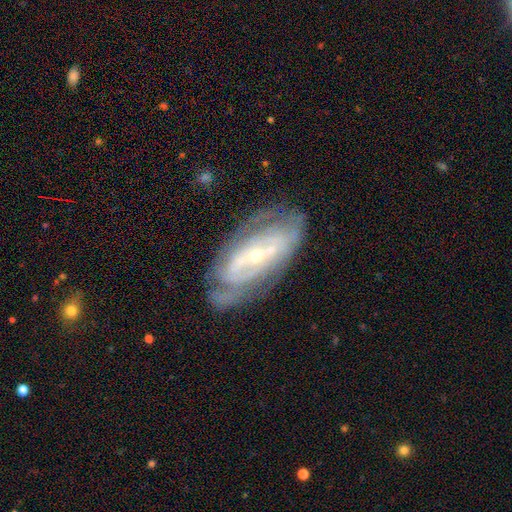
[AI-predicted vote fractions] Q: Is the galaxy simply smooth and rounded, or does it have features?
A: featured or disk — 82%.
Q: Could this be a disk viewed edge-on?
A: no — 90%.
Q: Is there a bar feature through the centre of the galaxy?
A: strong — 37%.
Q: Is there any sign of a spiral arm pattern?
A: yes — 81%.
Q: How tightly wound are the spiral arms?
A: tight — 63%.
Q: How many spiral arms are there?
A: can't tell — 43%.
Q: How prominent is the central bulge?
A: small — 70%.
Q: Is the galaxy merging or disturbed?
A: none — 71%.